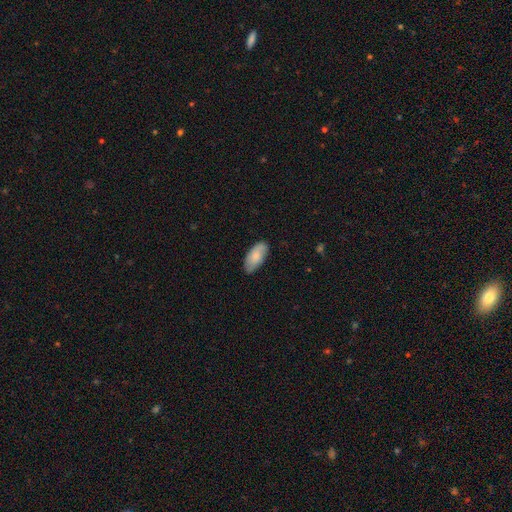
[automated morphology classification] type=smooth (78%); roundness=in between (92%); merging=none (78%).